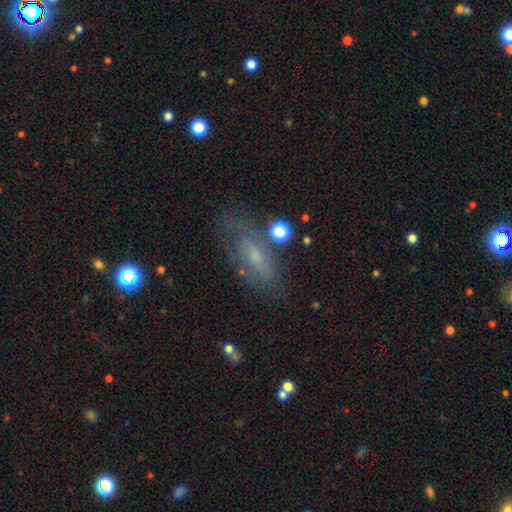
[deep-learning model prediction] A featured or disk galaxy (52%).

Vote fractions:
- Smooth or featured? featured or disk: 52% / smooth: 36% / star or artifact: 12%
- Edge-on disk? no: 83% / yes: 17%
- Merging? none: 67% / minor disturbance: 20% / major disturbance: 10% / merger: 4%